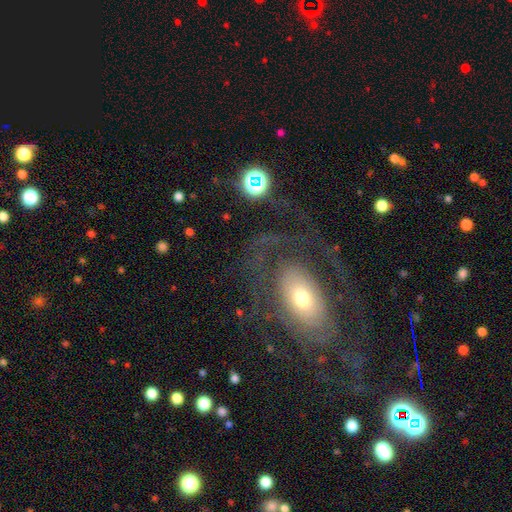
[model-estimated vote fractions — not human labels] Smooth or featured? Predicted: featured or disk (p=0.66). Edge-on disk? Predicted: no (p=0.93). Bar? Predicted: no (p=0.78). Spiral arms? Predicted: yes (p=0.61). Bulge size? Predicted: moderate (p=0.51). Merging? Predicted: none (p=0.65).